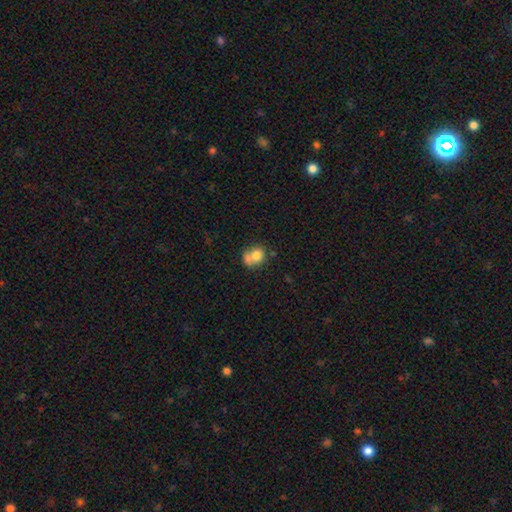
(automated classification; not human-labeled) smooth_or_featured: smooth (p=0.75) [alt: featured or disk p=0.15]
how_rounded: round (p=0.67) [alt: in between p=0.32]
merging: merger (p=0.40) [alt: none p=0.37]